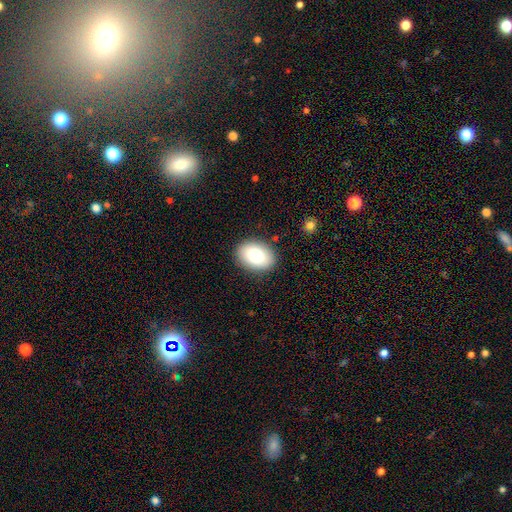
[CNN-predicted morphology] Smooth or featured? Predicted: smooth (p=0.83). How rounded? Predicted: in between (p=0.81). Merging? Predicted: none (p=0.88).